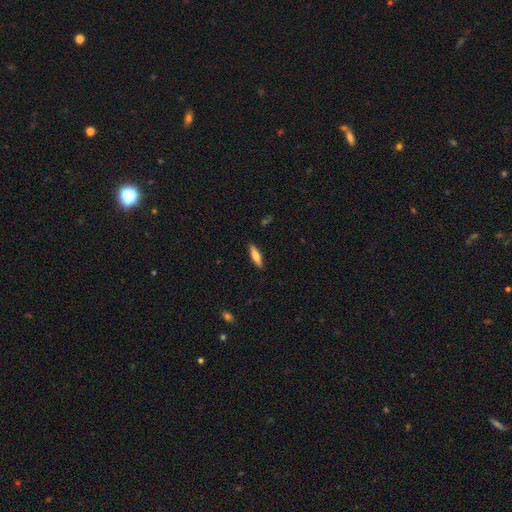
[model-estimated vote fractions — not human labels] Smooth or featured? smooth (67%)
How rounded? cigar-shaped (65%)
Merging? none (89%)